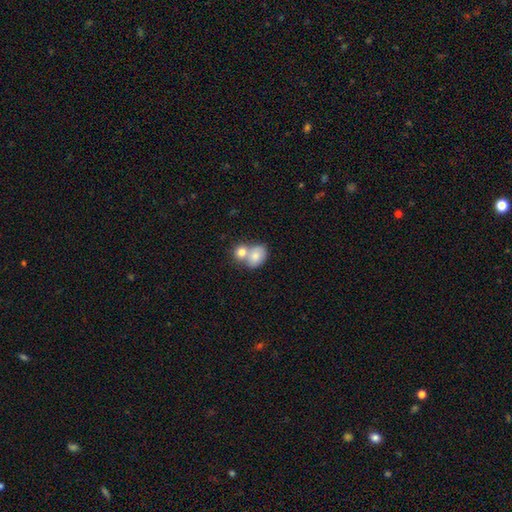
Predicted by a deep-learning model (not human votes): The model was most divided on "how rounded": in between: 60%, round: 39%, cigar-shaped: 1%. More confident: smooth or featured — smooth (77%); merging — merger (63%).